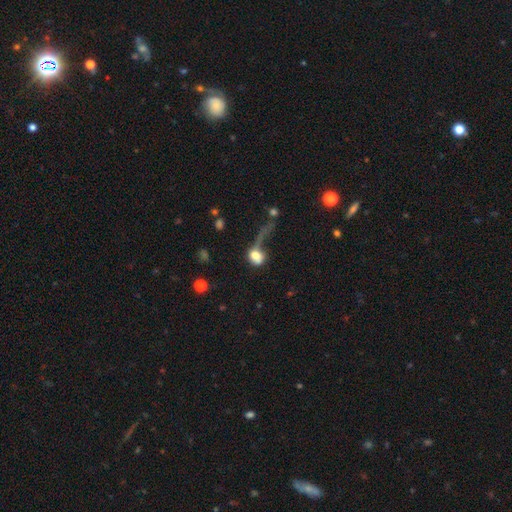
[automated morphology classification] smooth 66%, featured or disk 25%, star or artifact 10%. Down the decision tree: how rounded — in between (49%); merging — major disturbance (56%).